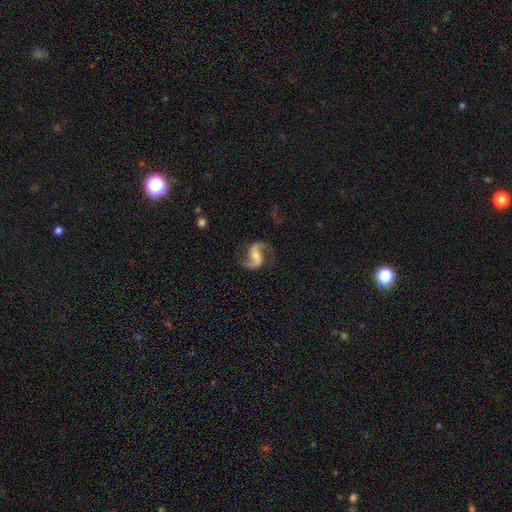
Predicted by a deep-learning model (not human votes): This is clearly a featured or disk galaxy (89%). It is clearly not viewed edge-on (98%). Bar: marginally weak (40%). Spiral arm pattern: clearly yes (98%). Spiral arm count: clearly 2 (94%). Spiral winding: possibly loose (54%). Central bulge: marginally small (42%, tied with moderate). Merging: likely none (80%).